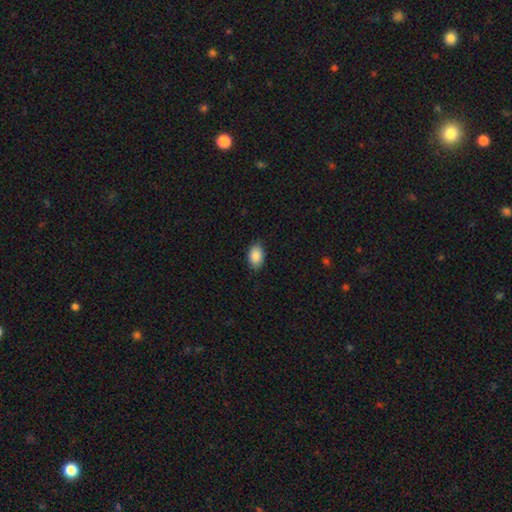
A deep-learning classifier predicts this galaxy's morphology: type=smooth (89%); roundness=in between (89%); merging=none (85%).